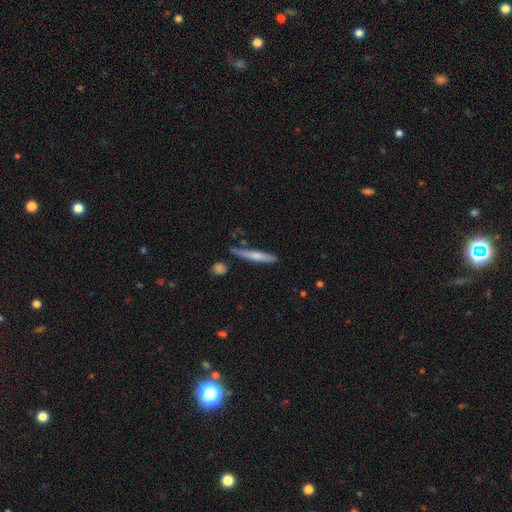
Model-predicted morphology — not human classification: smooth-or-featured: smooth: 61% | featured or disk: 33% | star or artifact: 6%
  how-rounded: cigar-shaped: 94% | in between: 5% | round: 1%
  merging: none: 78% | minor disturbance: 16% | merger: 4% | major disturbance: 3%